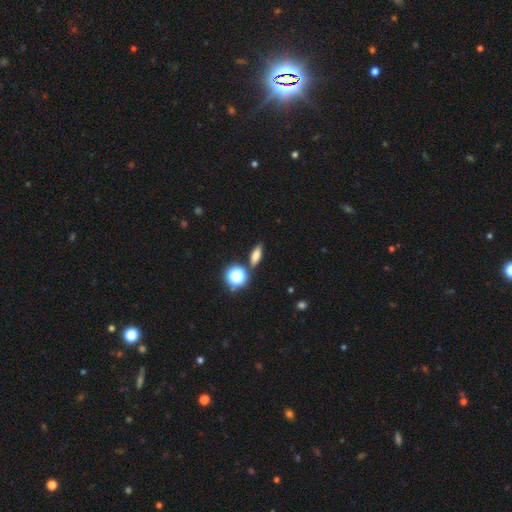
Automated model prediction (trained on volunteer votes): This is likely a smooth galaxy (65%). How rounded: possibly in between (53%). Merging: clearly none (82%).